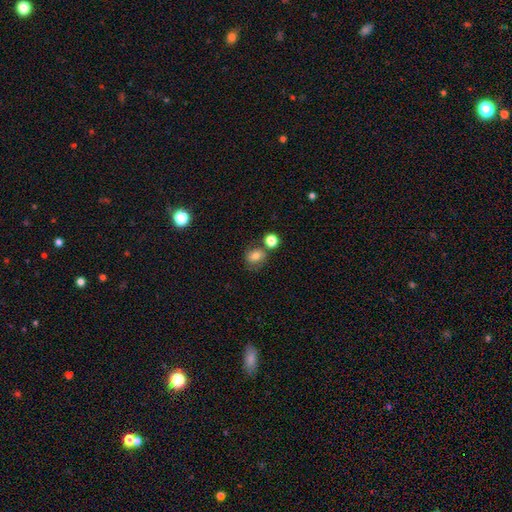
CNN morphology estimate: smooth-or-featured: smooth: 72% | featured or disk: 15% | star or artifact: 12%
  how-rounded: round: 68% | in between: 31% | cigar-shaped: 1%
  merging: none: 59% | merger: 18% | minor disturbance: 16% | major disturbance: 7%